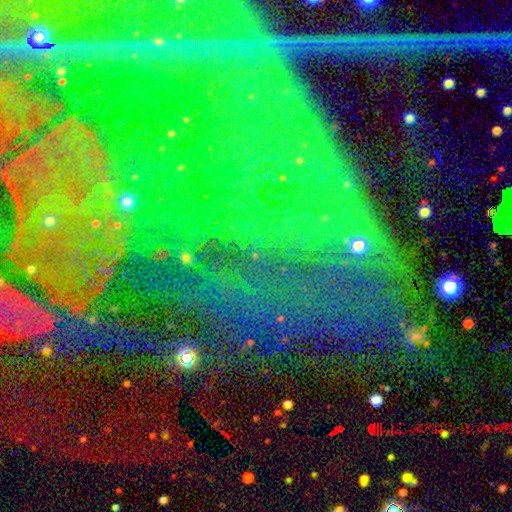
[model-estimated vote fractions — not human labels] A star or artifact, not a galaxy (79%).